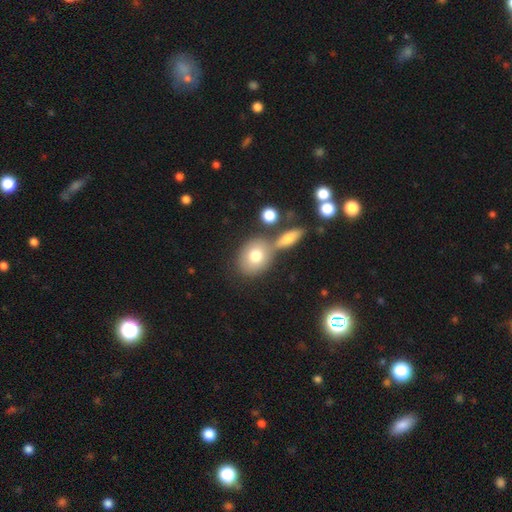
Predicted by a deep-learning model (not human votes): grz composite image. It shows a smooth galaxy with no disk features (75%) that is round (50%). Merging: none (54%).